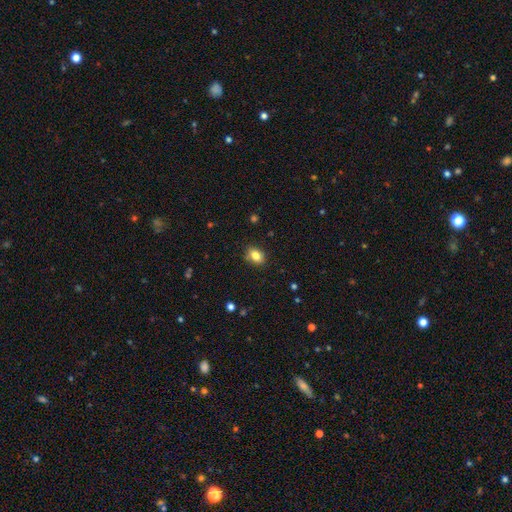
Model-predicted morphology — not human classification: A smooth galaxy with no disk features (83%) that is in between round and cigar-shaped (79%). Merging: none (84%).